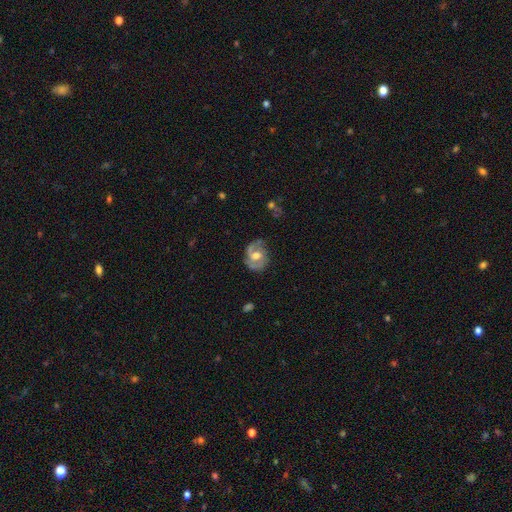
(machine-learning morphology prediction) This appears to be a featured or disk galaxy (76%) with no bar (48%), 2 (74%) medium (50%) spiral arms (90%) and a moderate central bulge (66%). Merging: none (66%).